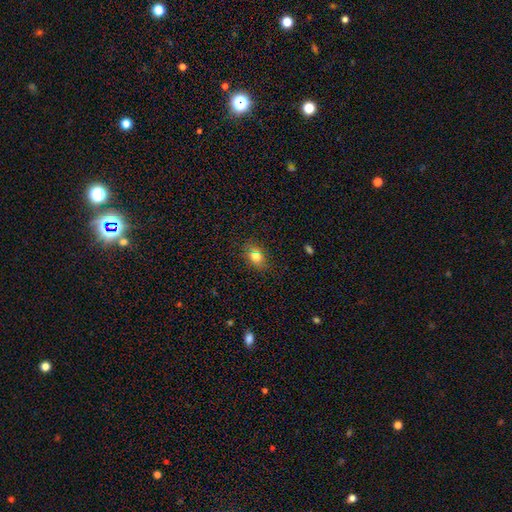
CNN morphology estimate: Q: Smooth or featured?
A: smooth (76%); runner-up: star or artifact (13%)
Q: How rounded?
A: in between (70%); runner-up: round (28%)
Q: Merging?
A: none (85%); runner-up: minor disturbance (11%)